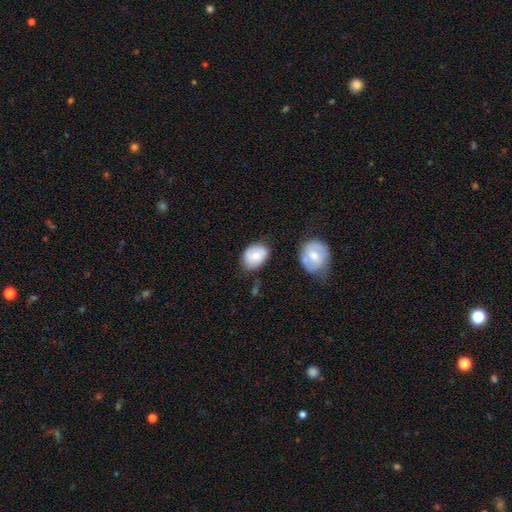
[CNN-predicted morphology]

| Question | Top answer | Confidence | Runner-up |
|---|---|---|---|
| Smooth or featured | smooth | 61% | featured or disk (32%) |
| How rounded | in between | 64% | round (35%) |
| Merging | none | 61% | minor disturbance (26%) |